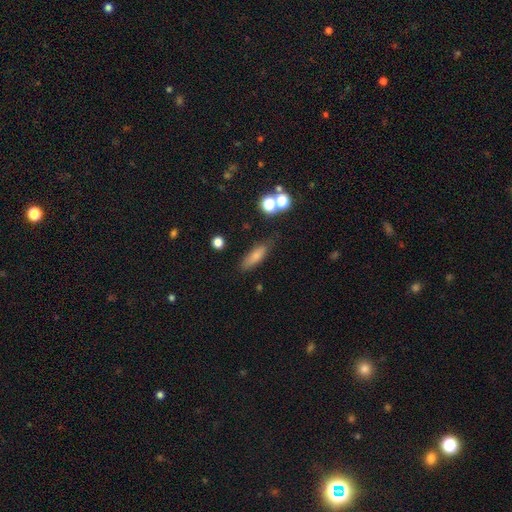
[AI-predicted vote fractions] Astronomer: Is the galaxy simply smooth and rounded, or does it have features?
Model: smooth — 76%.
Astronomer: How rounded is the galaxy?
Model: cigar-shaped — 55% (runner-up: in between, 42%).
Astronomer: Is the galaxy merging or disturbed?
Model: none — 77%.